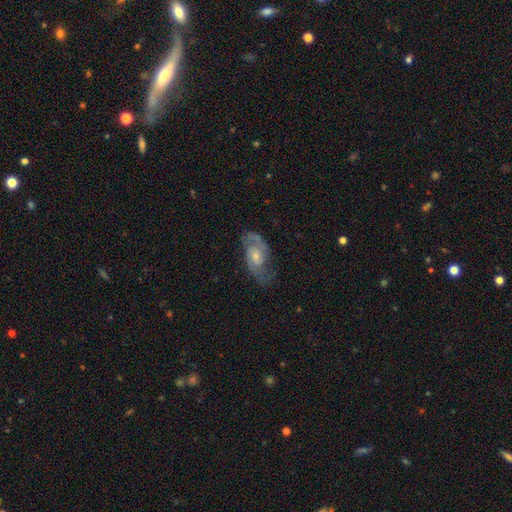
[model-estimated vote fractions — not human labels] smooth_or_featured: featured or disk (p=0.79) [alt: smooth p=0.14]
disk_edge_on: no (p=0.95) [alt: yes p=0.05]
bar: no (p=0.57) [alt: weak p=0.38]
has_spiral_arms: yes (p=0.92) [alt: no p=0.08]
spiral_winding: medium (p=0.51) [alt: tight p=0.27]
spiral_arm_count: 2 (p=0.83) [alt: can't tell p=0.09]
bulge_size: moderate (p=0.46) [alt: small p=0.44]
merging: none (p=0.67) [alt: minor disturbance p=0.20]